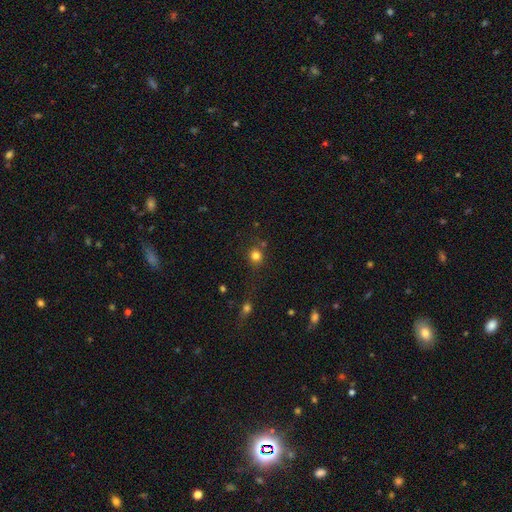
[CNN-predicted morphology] A smooth galaxy with no disk features (80%) that is round (88%). Merging: none (78%).